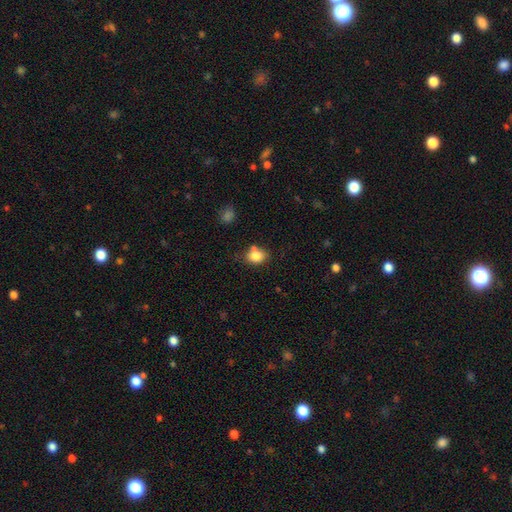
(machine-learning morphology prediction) Smooth or featured? Predicted: smooth (p=0.82). How rounded? Predicted: round (p=0.52). Merging? Predicted: none (p=0.61).